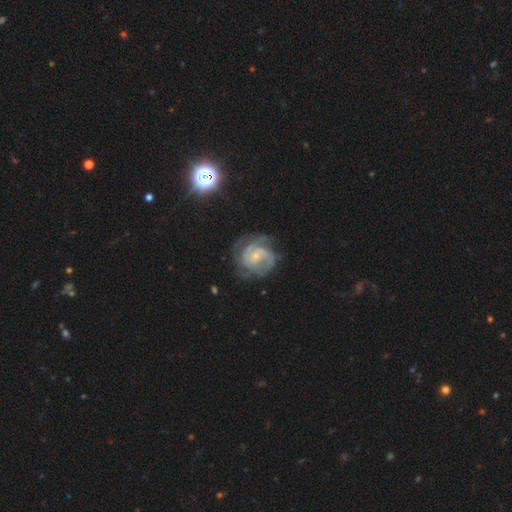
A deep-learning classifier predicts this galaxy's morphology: smooth_or_featured: featured or disk (p=0.85) [alt: smooth p=0.09]
disk_edge_on: no (p=0.98) [alt: yes p=0.02]
bar: no (p=0.66) [alt: weak p=0.28]
has_spiral_arms: yes (p=0.95) [alt: no p=0.05]
spiral_winding: tight (p=0.56) [alt: medium p=0.36]
spiral_arm_count: 2 (p=0.32) [alt: 3 p=0.25]
bulge_size: small (p=0.74) [alt: moderate p=0.19]
merging: none (p=0.66) [alt: minor disturbance p=0.20]